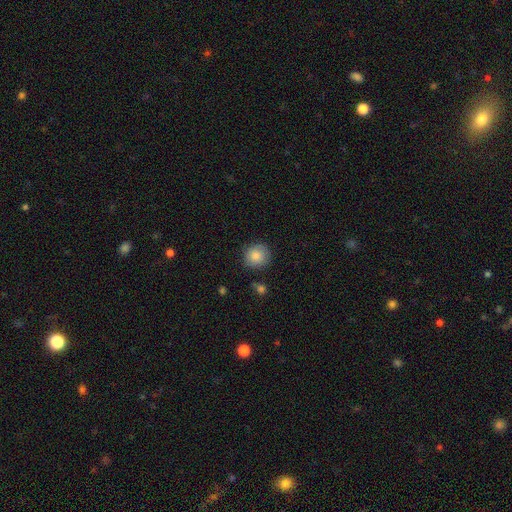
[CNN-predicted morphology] Overall: smooth (83%). How rounded: round (90%). Merging: none (83%).